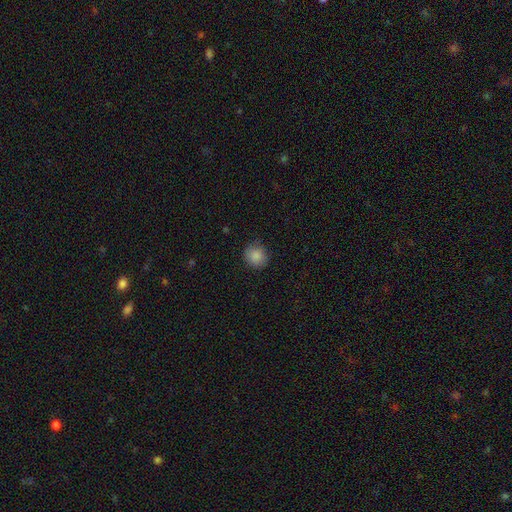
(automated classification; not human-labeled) smooth 87%, star or artifact 8%, featured or disk 5%. Down the decision tree: how rounded — round (87%); merging — none (84%).